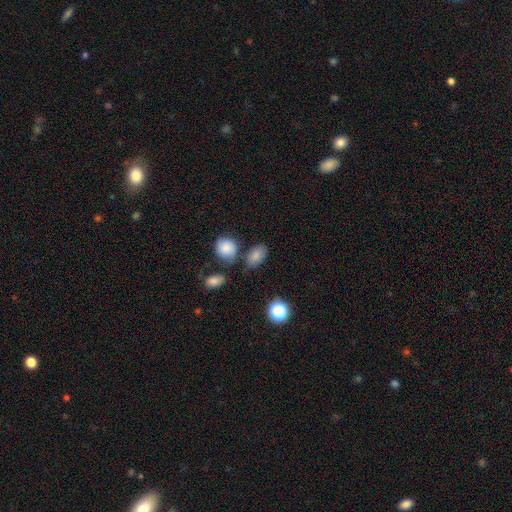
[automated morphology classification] The model was most divided on "merging": none: 66%, minor disturbance: 18%, merger: 11%, major disturbance: 5%. More confident: how rounded — in between (87%); smooth or featured — smooth (80%).